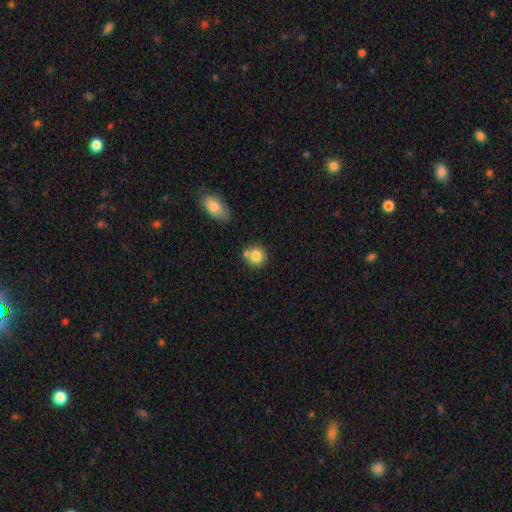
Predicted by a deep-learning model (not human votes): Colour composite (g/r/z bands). It shows a smooth galaxy with no disk features (82%) that is round (87%). Merging: none (61%).